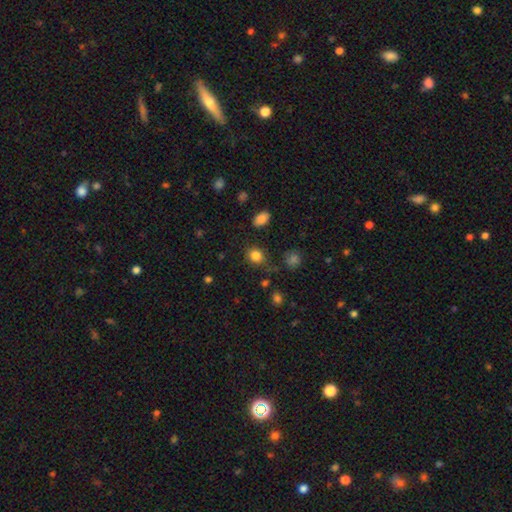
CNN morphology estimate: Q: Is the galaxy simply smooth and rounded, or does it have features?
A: smooth — 83%.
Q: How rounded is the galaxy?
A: round — 72%.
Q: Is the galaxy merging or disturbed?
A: none — 77%.